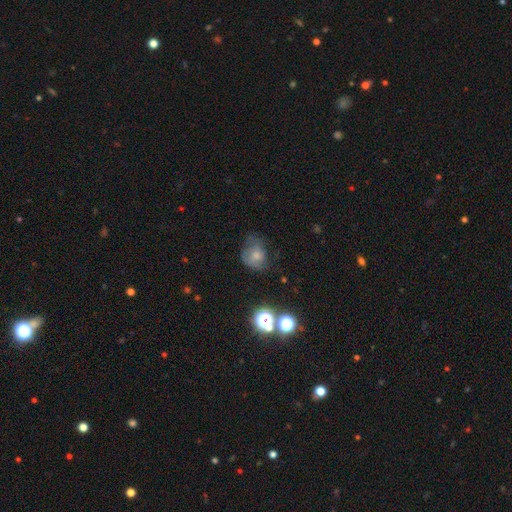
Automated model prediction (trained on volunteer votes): A smooth galaxy with no disk features (60%) that is round (55%). Merging: none (41%).